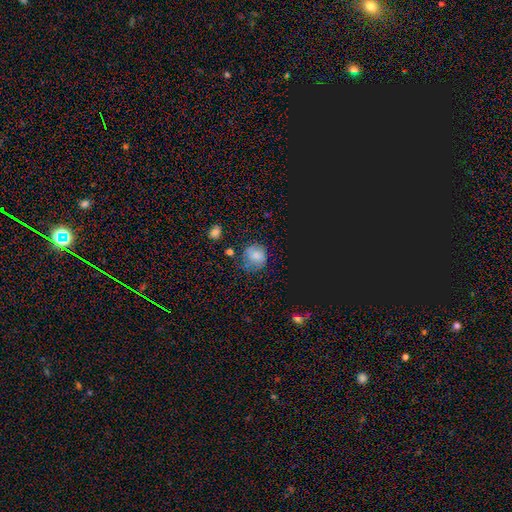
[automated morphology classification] smooth_or_featured: smooth (p=0.61) [alt: star or artifact p=0.22]
how_rounded: round (p=0.81) [alt: in between p=0.18]
merging: none (p=0.60) [alt: minor disturbance p=0.24]